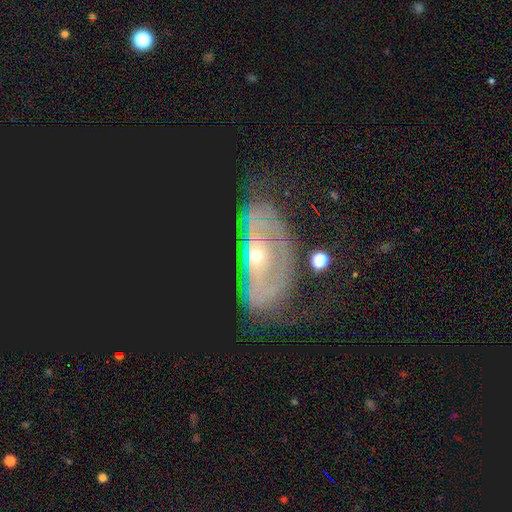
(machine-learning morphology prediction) Q: Smooth or featured?
A: featured or disk (77%); runner-up: smooth (13%)
Q: Edge-on disk?
A: no (88%); runner-up: yes (12%)
Q: Bar?
A: no (55%); runner-up: weak (27%)
Q: Spiral arms?
A: yes (63%); runner-up: no (37%)
Q: Bulge size?
A: small (60%); runner-up: moderate (37%)
Q: Merging?
A: none (50%); runner-up: minor disturbance (25%)